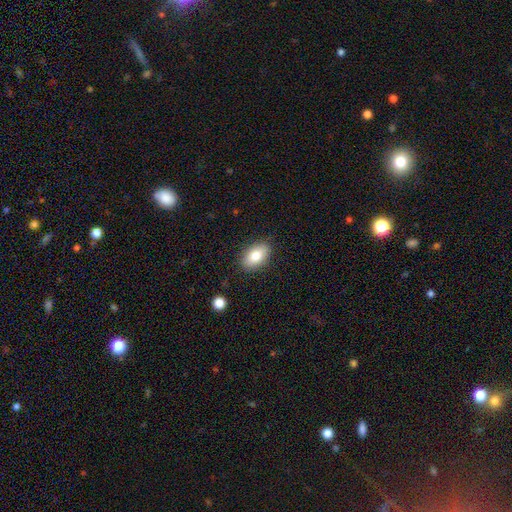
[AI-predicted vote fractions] This is likely a smooth galaxy (79%). How rounded: clearly in between (90%). Merging: clearly none (87%).